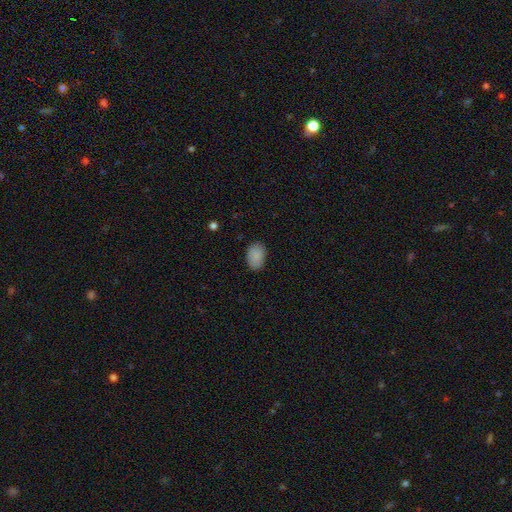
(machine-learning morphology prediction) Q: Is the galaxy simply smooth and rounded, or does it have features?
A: smooth — 88%.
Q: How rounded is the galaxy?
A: in between — 87%.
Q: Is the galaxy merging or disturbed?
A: none — 84%.